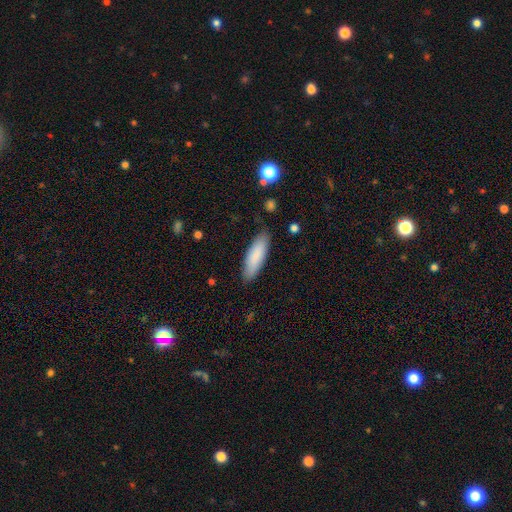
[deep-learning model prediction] smooth_or_featured: smooth (p=0.85) [alt: featured or disk p=0.09]
how_rounded: in between (p=0.53) [alt: cigar-shaped p=0.46]
merging: none (p=0.85) [alt: minor disturbance p=0.11]